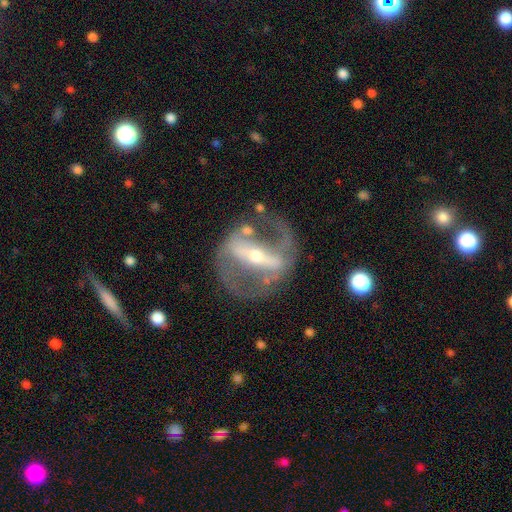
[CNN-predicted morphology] This appears to be a featured or disk galaxy (86%) with a strong bar (79%), spiral arms (66%) and a moderate central bulge (47%, tied with small). Merging: none (67%).